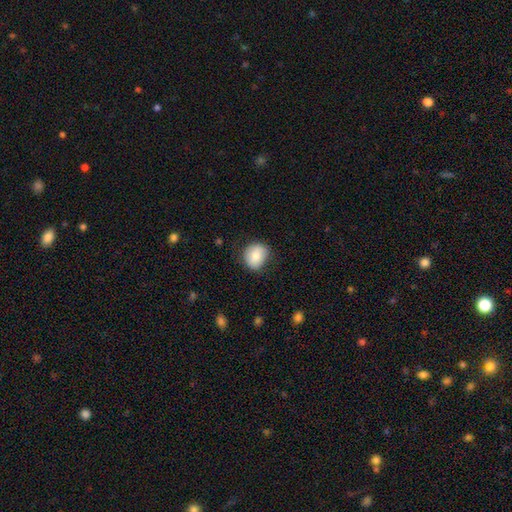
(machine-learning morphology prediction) Smooth or featured?
  - smooth: 81% *
  - featured or disk: 12%
  - star or artifact: 8%
How rounded?
  - round: 68% *
  - in between: 31%
  - cigar-shaped: 1%
Merging?
  - none: 77% *
  - minor disturbance: 18%
  - major disturbance: 4%
  - merger: 1%